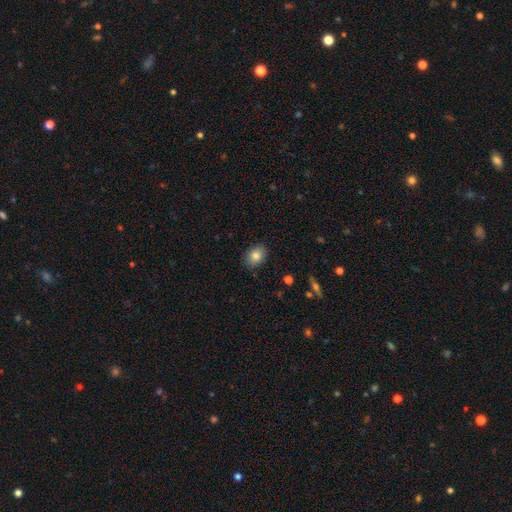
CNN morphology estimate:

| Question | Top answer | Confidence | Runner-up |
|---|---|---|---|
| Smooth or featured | smooth | 82% | featured or disk (9%) |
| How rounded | in between | 72% | round (27%) |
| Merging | none | 86% | minor disturbance (10%) |